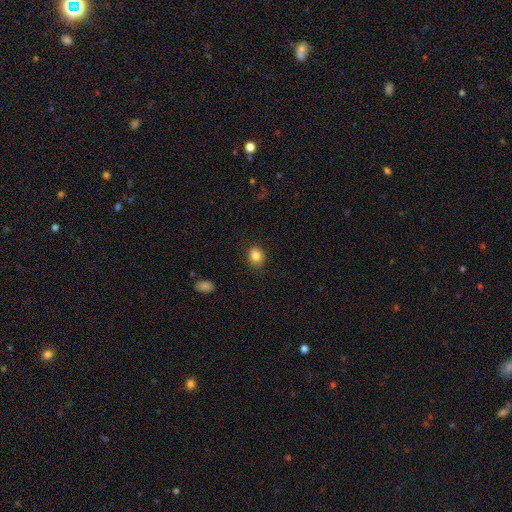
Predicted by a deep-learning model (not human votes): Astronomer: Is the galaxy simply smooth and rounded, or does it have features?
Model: smooth — 83%.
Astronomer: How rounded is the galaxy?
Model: round — 63%.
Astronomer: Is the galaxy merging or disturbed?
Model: none — 85%.